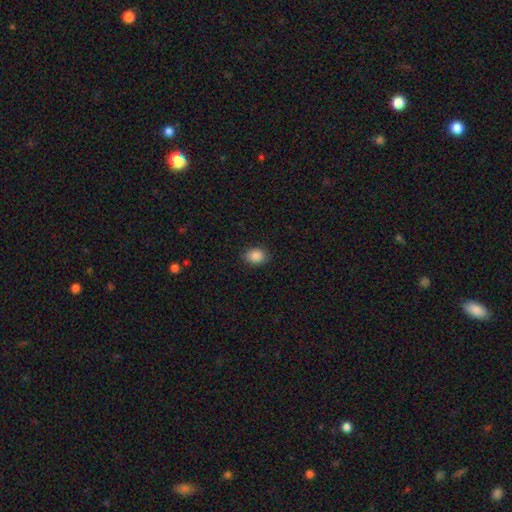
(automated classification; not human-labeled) smooth-or-featured: smooth: 87% | star or artifact: 9% | featured or disk: 4%
  how-rounded: in between: 68% | round: 31% | cigar-shaped: 1%
  merging: none: 88% | minor disturbance: 9% | major disturbance: 2% | merger: 1%